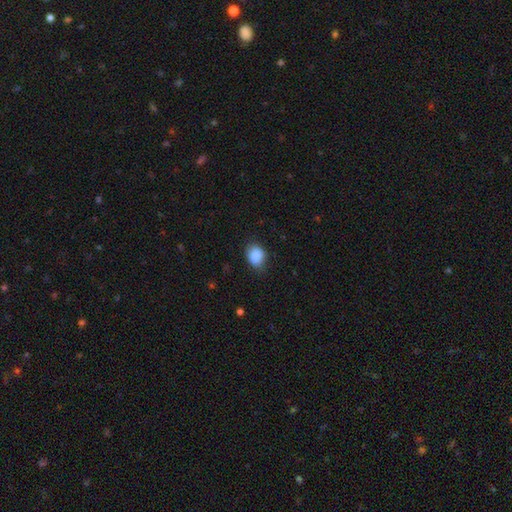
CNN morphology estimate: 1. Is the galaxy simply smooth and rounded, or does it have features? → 88% smooth, 8% star or artifact, 4% featured or disk.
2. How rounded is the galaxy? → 58% in between, 41% round, 1% cigar-shaped.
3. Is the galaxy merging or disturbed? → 75% none, 20% minor disturbance, 4% major disturbance, 1% merger.